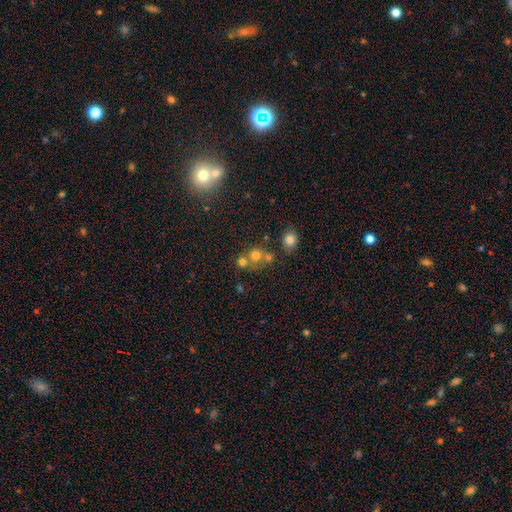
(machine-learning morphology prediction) This appears to be a smooth galaxy with no disk features (68%) that is round (84%). Merging: none (47%).